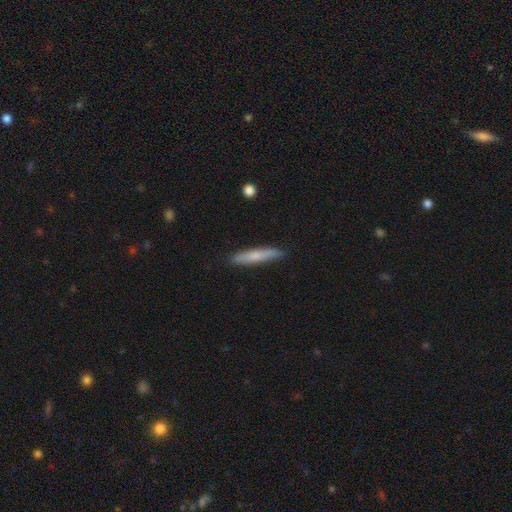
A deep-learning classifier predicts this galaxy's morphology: smooth 70%, featured or disk 24%, star or artifact 6%. Down the decision tree: how rounded — cigar-shaped (92%); merging — none (88%).